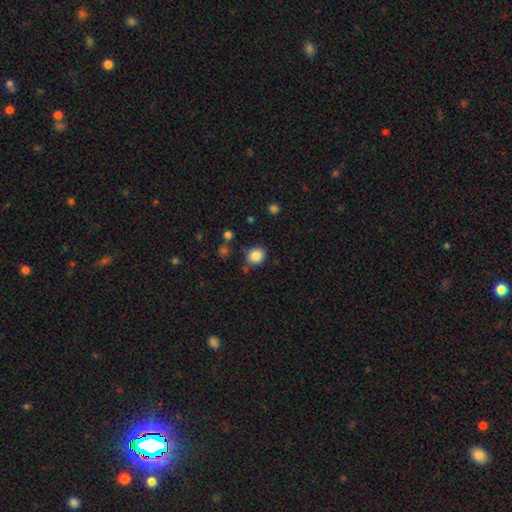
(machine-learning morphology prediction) Smooth or featured? Predicted: smooth (p=0.86). How rounded? Predicted: round (p=0.62). Merging? Predicted: none (p=0.80).